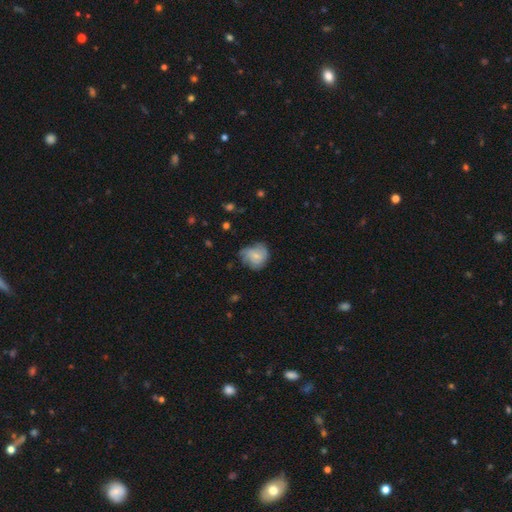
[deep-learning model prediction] Morphology: type=smooth (57%); roundness=round (65%); merging=none (49%).